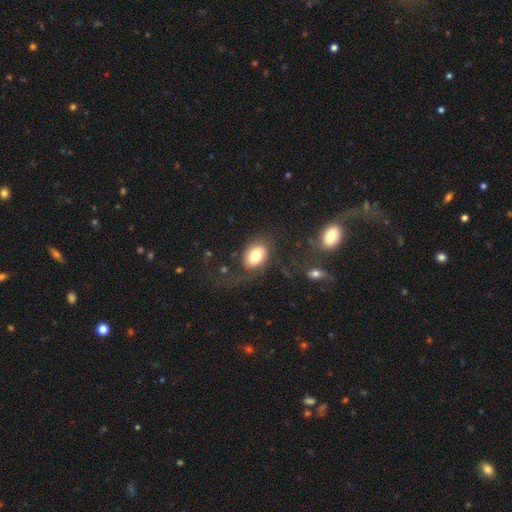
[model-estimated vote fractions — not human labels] A smooth galaxy with no disk features (76%) that is in between round and cigar-shaped (72%). Merging: none (61%).